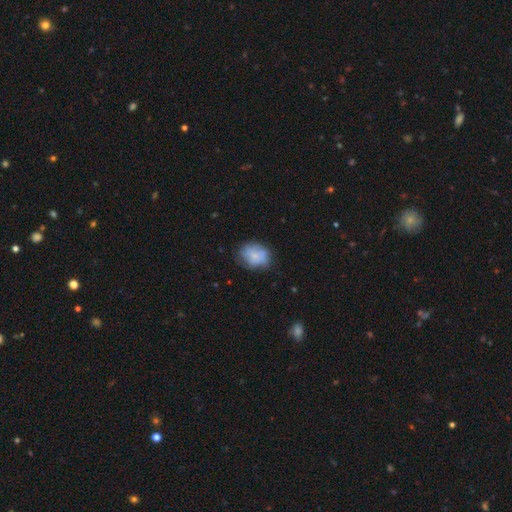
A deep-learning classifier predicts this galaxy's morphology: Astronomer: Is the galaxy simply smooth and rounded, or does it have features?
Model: smooth — 61%.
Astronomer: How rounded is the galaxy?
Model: in between — 53% (runner-up: round, 46%).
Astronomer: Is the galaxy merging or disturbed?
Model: none — 64%.